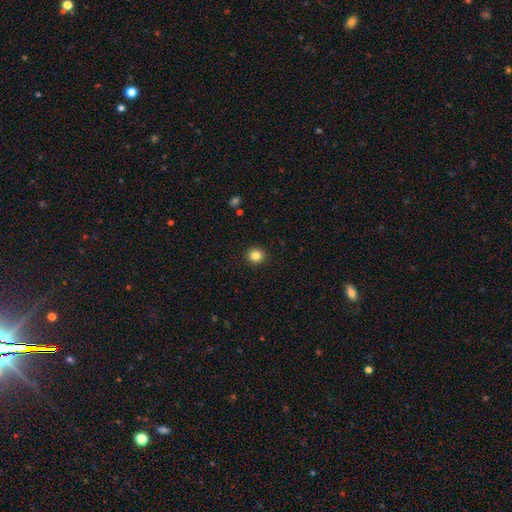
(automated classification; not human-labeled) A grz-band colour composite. It shows a smooth galaxy with no disk features (84%) that is round (88%). Merging: none (92%).